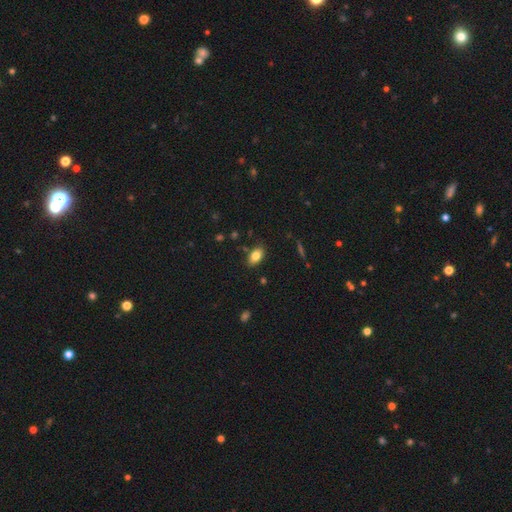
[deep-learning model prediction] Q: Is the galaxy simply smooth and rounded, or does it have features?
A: smooth — 79%.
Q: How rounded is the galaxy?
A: in between — 88%.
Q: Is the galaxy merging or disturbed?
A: none — 81%.